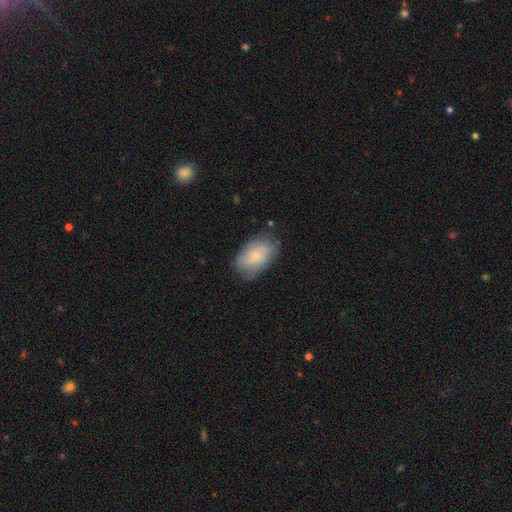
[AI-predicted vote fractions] This is likely a smooth galaxy (68%). How rounded: clearly in between (91%). Merging: likely none (72%).